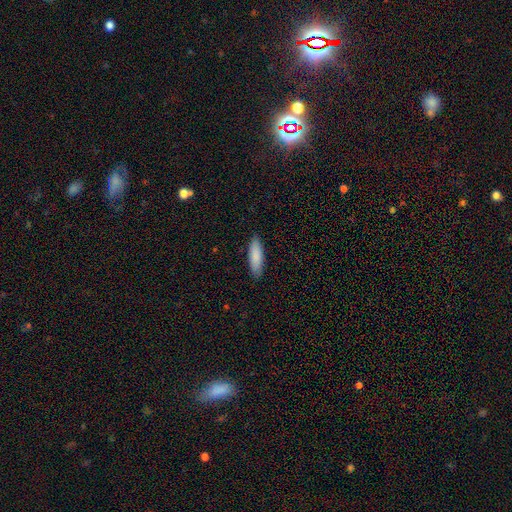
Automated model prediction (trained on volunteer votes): smooth 88%, featured or disk 7%, star or artifact 5%. Down the decision tree: how rounded — cigar-shaped (56%); merging — none (90%).